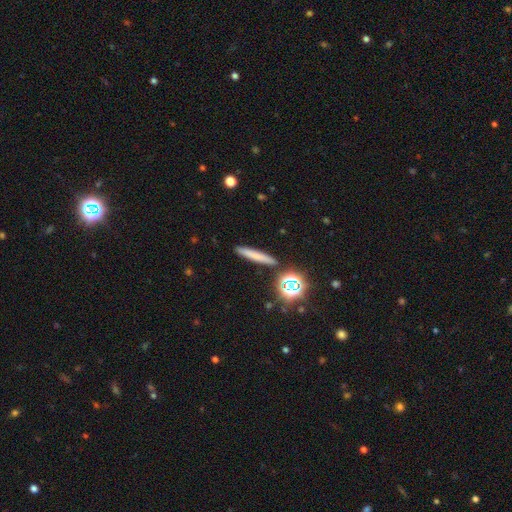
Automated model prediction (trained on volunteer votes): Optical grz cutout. It shows a smooth galaxy with no disk features (68%) that is cigar-shaped (92%). Merging: none (89%).